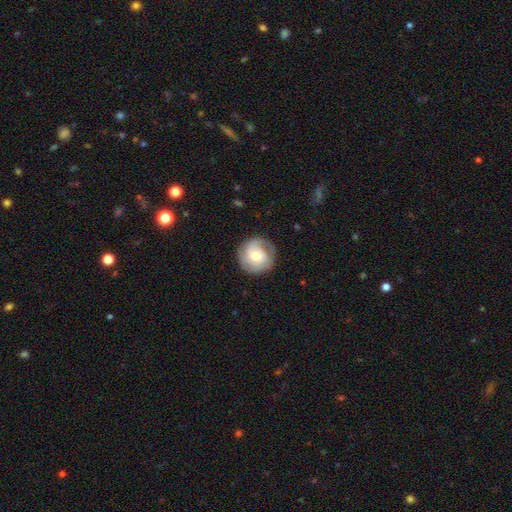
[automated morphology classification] The model was most divided on "smooth or featured": featured or disk: 49%, smooth: 44%, star or artifact: 7%. More confident: merging — none (81%).